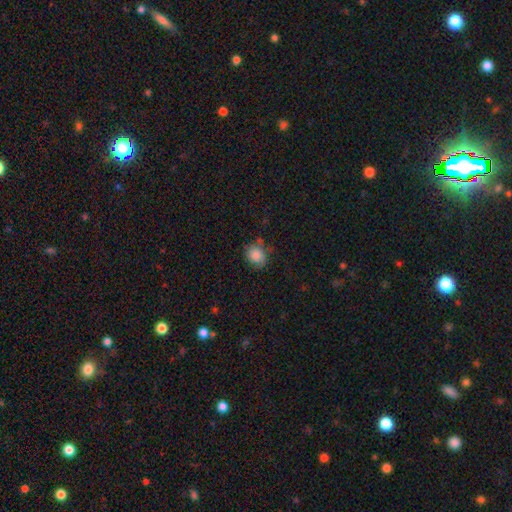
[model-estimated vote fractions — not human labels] smooth 82%, featured or disk 10%, star or artifact 9%. Down the decision tree: how rounded — round (69%); merging — none (64%).